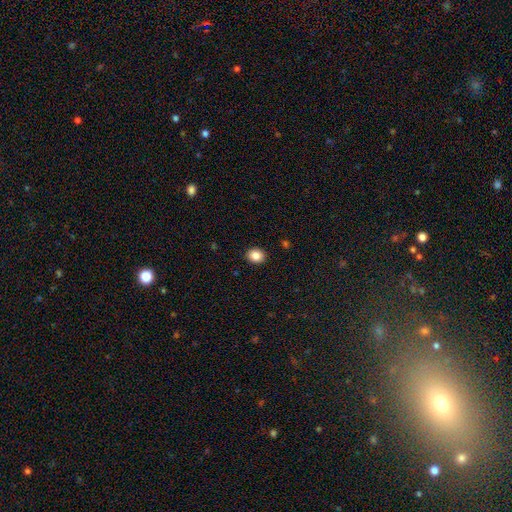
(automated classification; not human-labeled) Smooth or featured: smooth — 85% (star or artifact — 9%)
How rounded: round — 62% (in between — 37%)
Merging: none — 91% (minor disturbance — 6%)